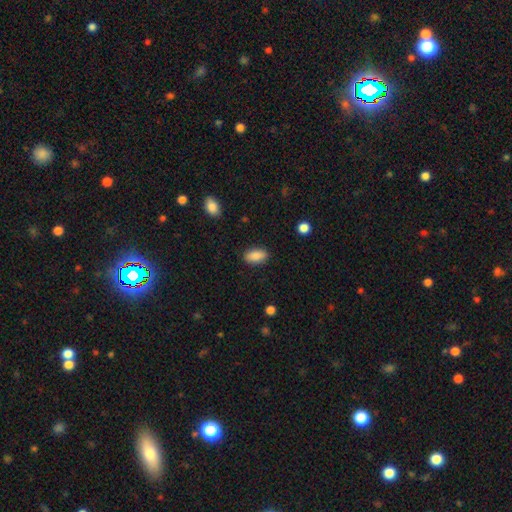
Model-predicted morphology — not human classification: Q: Smooth or featured?
A: smooth (88%); runner-up: star or artifact (7%)
Q: How rounded?
A: in between (91%); runner-up: cigar-shaped (5%)
Q: Merging?
A: none (88%); runner-up: minor disturbance (9%)